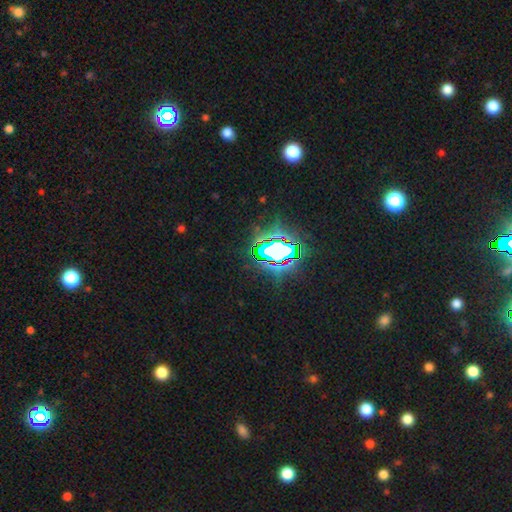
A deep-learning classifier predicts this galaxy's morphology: Smooth or featured? Predicted: star or artifact (p=0.82).